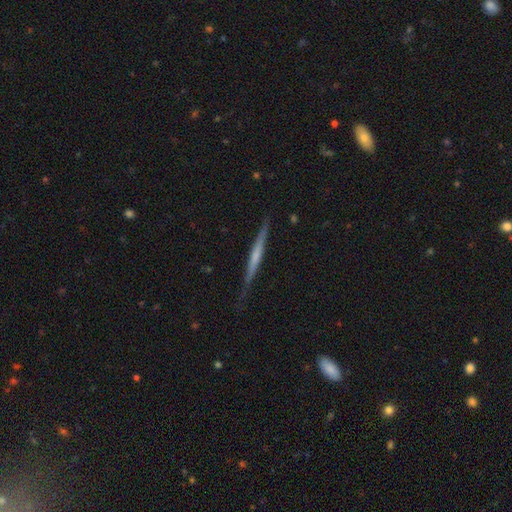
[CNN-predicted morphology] The model was most divided on "smooth or featured": featured or disk: 61%, smooth: 34%, star or artifact: 5%. More confident: edge-on disk — yes (97%); merging — none (82%); edge-on bulge — none (65%).